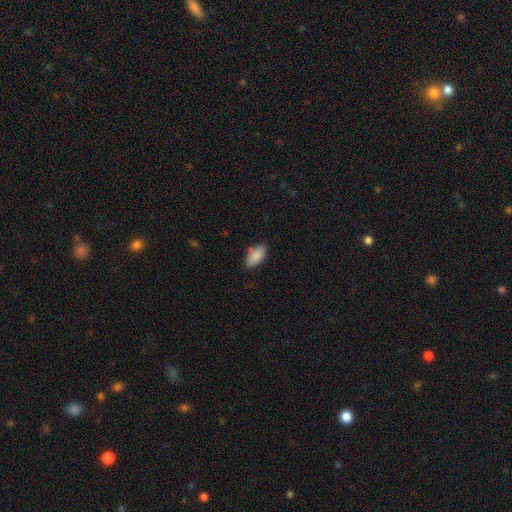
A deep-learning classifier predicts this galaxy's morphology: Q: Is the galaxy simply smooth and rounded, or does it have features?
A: smooth — 88%.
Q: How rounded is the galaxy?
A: in between — 92%.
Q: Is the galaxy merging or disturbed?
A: none — 80%.